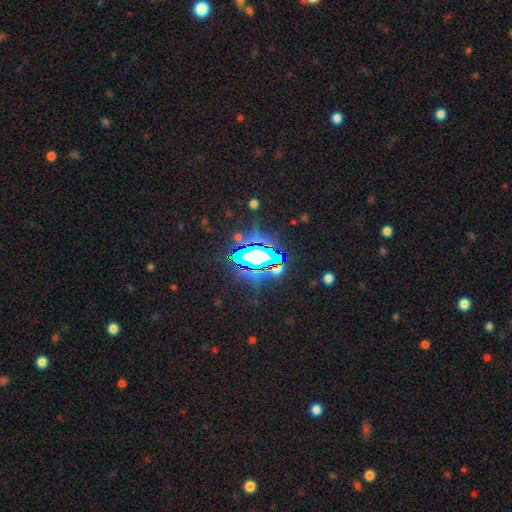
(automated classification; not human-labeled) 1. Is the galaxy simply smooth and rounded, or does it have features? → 69% star or artifact, 16% smooth, 15% featured or disk.